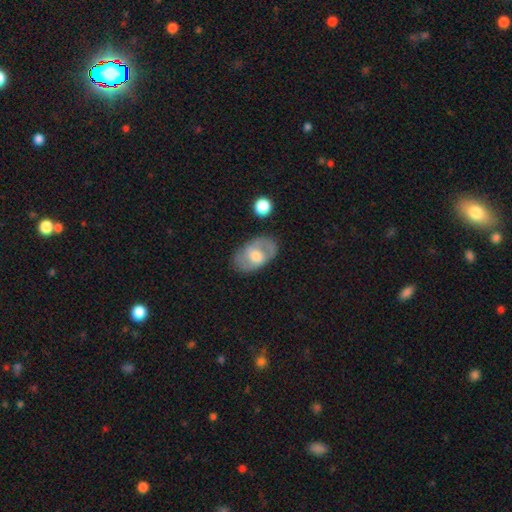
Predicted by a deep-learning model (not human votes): Morphology: type=featured or disk (55%); edge-on=no (93%); bar=no (49%); spiral arms=yes (63%); bulge=moderate (61%); merging=none (76%).